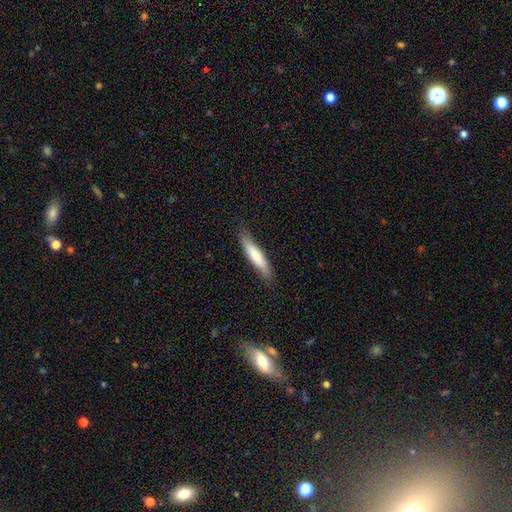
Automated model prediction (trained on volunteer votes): This appears to be a smooth galaxy with no disk features (74%) that is cigar-shaped (83%). Merging: none (80%).